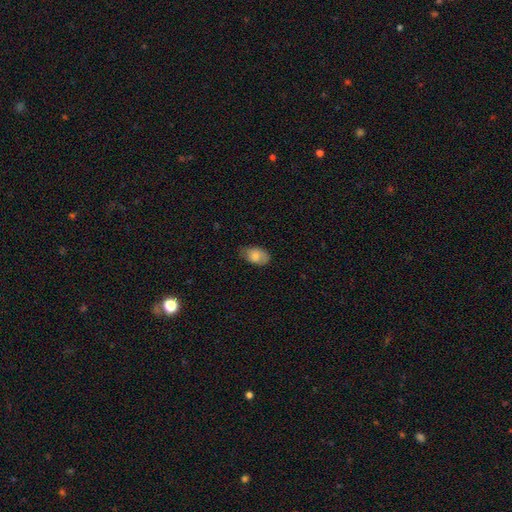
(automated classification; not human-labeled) Overall: smooth (81%). How rounded: in between (89%). Merging: none (65%; minor disturbance 28%).